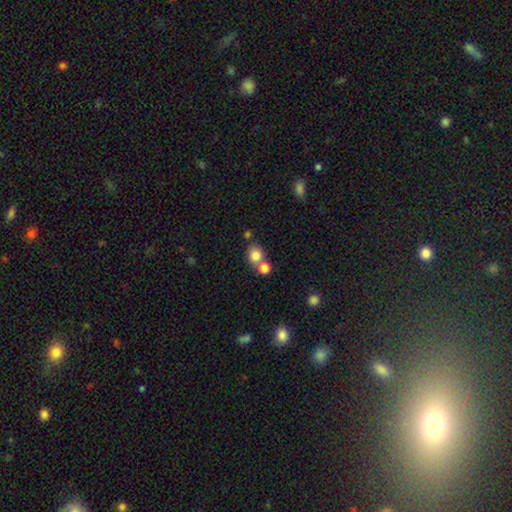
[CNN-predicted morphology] A smooth galaxy with no disk features (81%) that is round (70%). Merging: none (52%).